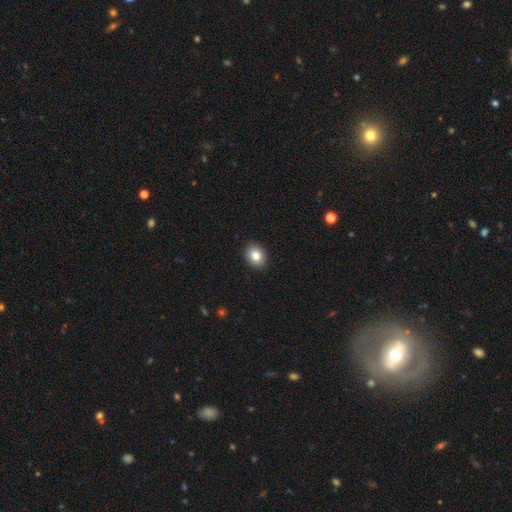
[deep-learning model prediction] Smooth or featured? Predicted: smooth (p=0.83). How rounded? Predicted: in between (p=0.61). Merging? Predicted: none (p=0.90).